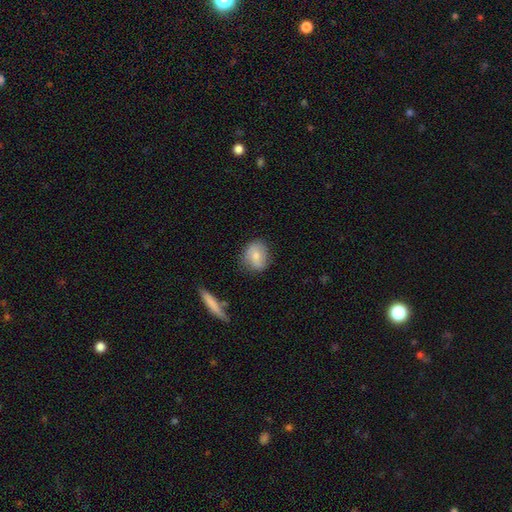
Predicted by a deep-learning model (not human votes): A smooth galaxy with no disk features (72%) that is round (57%). Merging: none (76%).